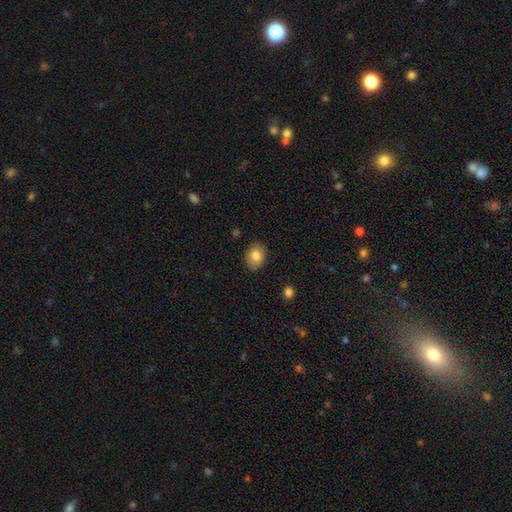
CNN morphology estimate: This appears to be a smooth galaxy with no disk features (82%) that is in between round and cigar-shaped (61%). Merging: none (85%).